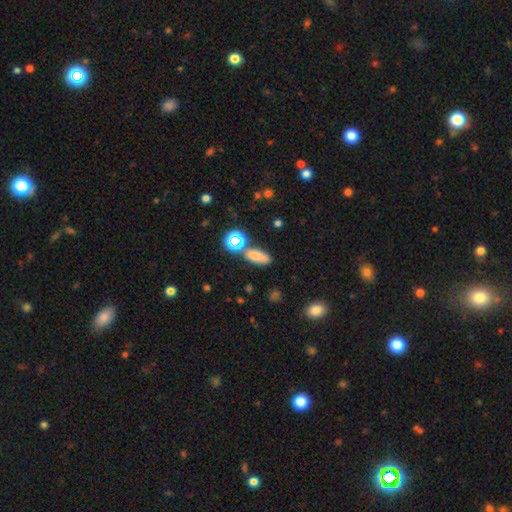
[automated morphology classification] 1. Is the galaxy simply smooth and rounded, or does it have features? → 66% smooth, 21% star or artifact, 14% featured or disk.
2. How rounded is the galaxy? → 75% in between, 13% round, 12% cigar-shaped.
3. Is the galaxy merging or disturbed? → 60% none, 17% minor disturbance, 16% merger, 7% major disturbance.